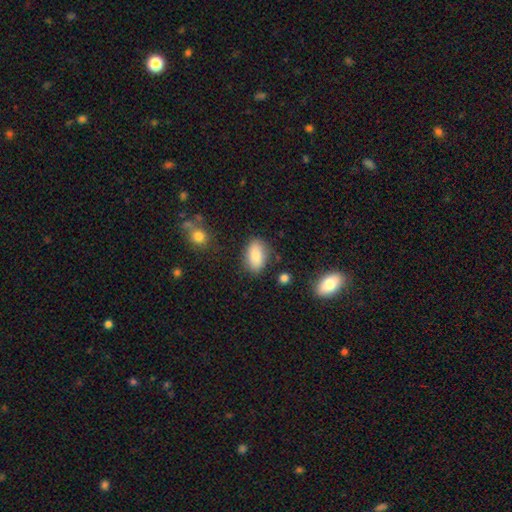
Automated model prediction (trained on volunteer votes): Overall: smooth (84%). How rounded: in between (91%). Merging: none (80%).